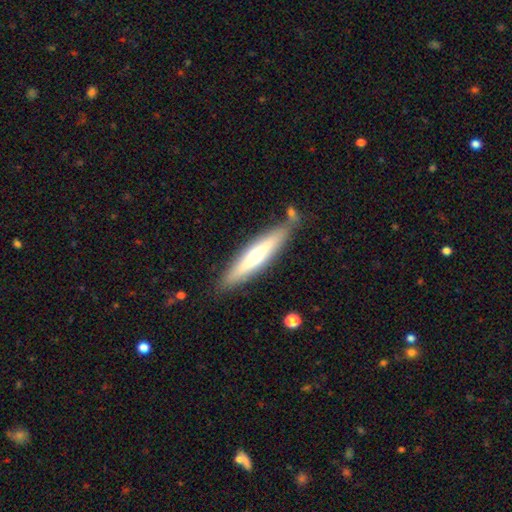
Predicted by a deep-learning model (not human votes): The model was most divided on "smooth or featured": smooth: 50%, featured or disk: 45%, star or artifact: 6%. More confident: merging — none (79%).